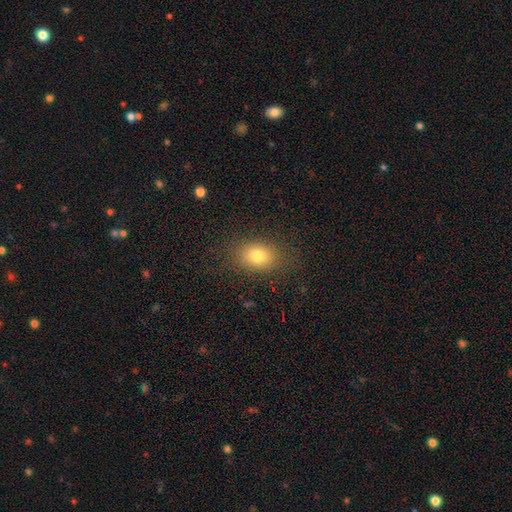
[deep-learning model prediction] Q: Smooth or featured?
A: smooth (79%); runner-up: star or artifact (11%)
Q: How rounded?
A: in between (69%); runner-up: round (29%)
Q: Merging?
A: none (85%); runner-up: minor disturbance (11%)